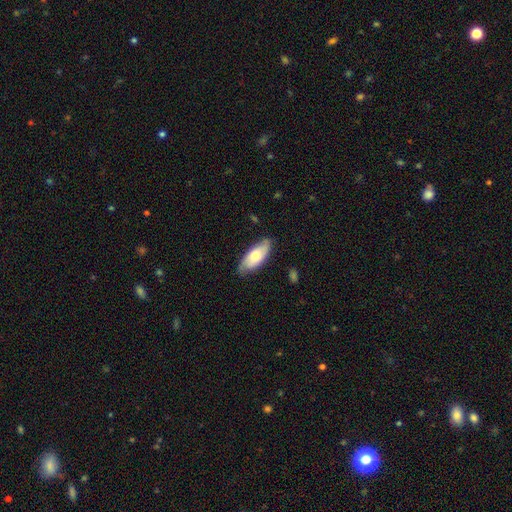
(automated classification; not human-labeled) This appears to be a smooth galaxy with no disk features (59%) that is in between round and cigar-shaped (82%). Merging: none (77%).